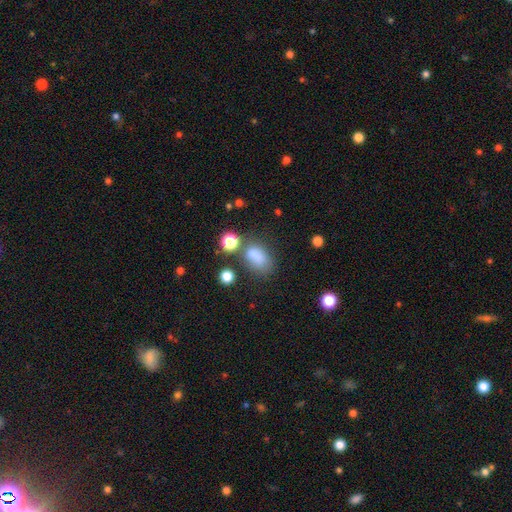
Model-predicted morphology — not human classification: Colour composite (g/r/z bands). It shows a smooth galaxy with no disk features (75%) that is in between round and cigar-shaped (78%). Merging: none (47%).